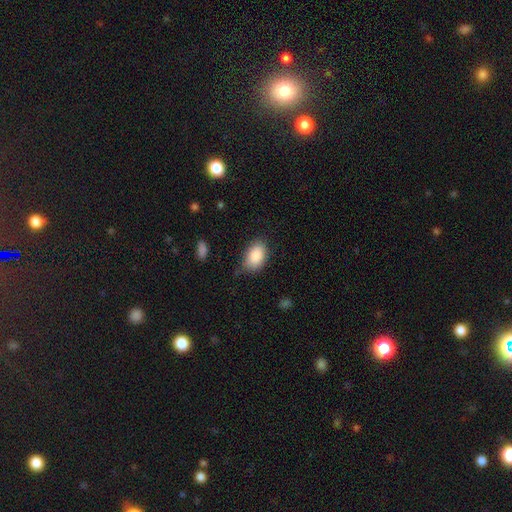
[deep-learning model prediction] Morphology: type=smooth (88%); roundness=in between (90%); merging=none (71%).